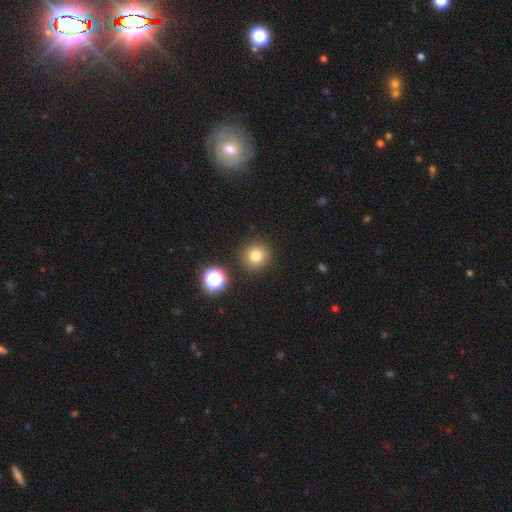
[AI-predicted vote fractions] Smooth or featured? Predicted: smooth (p=0.78). How rounded? Predicted: round (p=0.92). Merging? Predicted: none (p=0.88).